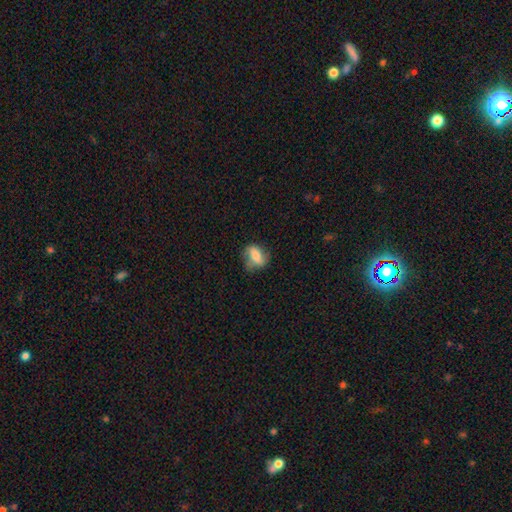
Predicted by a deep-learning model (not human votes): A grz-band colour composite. It shows a smooth galaxy with no disk features (65%) that is in between round and cigar-shaped (75%). Merging: none (61%).